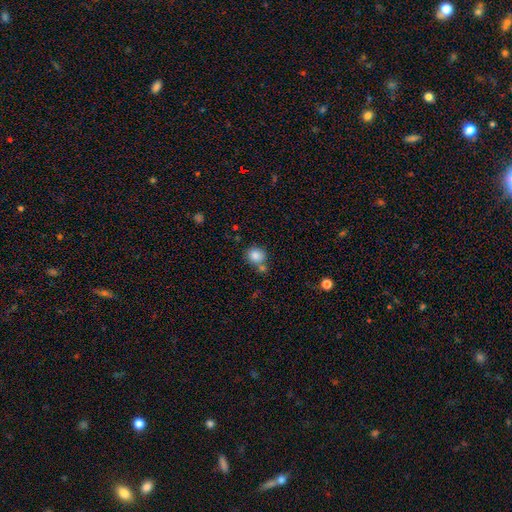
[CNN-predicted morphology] smooth-or-featured: smooth: 83% | star or artifact: 9% | featured or disk: 7%
  how-rounded: round: 78% | in between: 21% | cigar-shaped: 1%
  merging: none: 58% | merger: 24% | minor disturbance: 14% | major disturbance: 4%